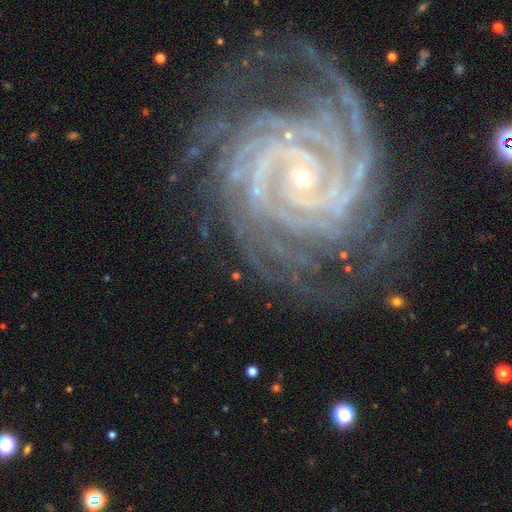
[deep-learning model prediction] A featured or disk galaxy (91%) with no bar (65%), more than 4 (23%) tight (83%) spiral arms (99%) and a small central bulge (85%). Merging: none (70%).